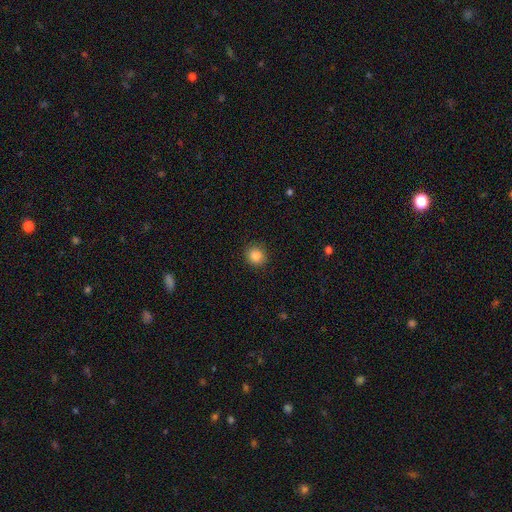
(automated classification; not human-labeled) smooth_or_featured: smooth (p=0.86) [alt: star or artifact p=0.10]
how_rounded: round (p=0.90) [alt: in between p=0.09]
merging: none (p=0.91) [alt: minor disturbance p=0.06]